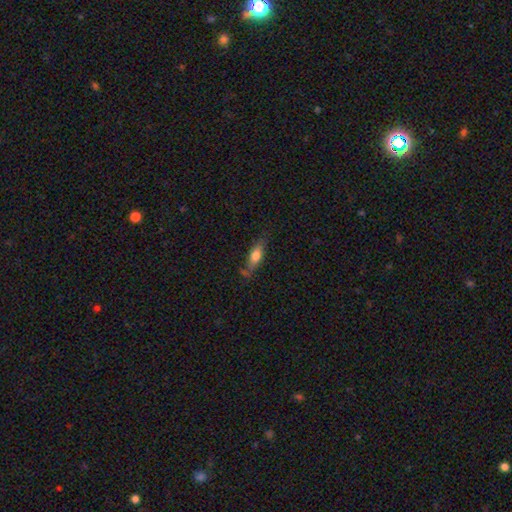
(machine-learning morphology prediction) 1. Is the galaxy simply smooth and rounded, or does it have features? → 62% smooth, 31% featured or disk, 7% star or artifact.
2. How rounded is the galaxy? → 50% in between, 47% cigar-shaped, 3% round.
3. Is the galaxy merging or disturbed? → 62% none, 25% minor disturbance, 8% major disturbance, 4% merger.